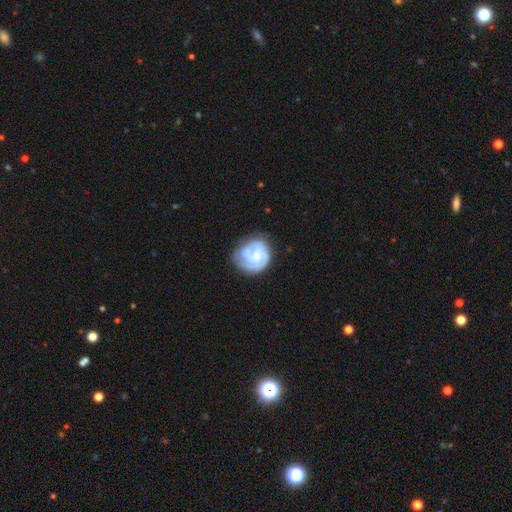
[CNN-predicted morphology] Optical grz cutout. It shows a featured or disk galaxy (69%) with no bar (50%), 2 (32%) tight (58%) spiral arms (87%) and a small central bulge (36%). Merging: none (61%).